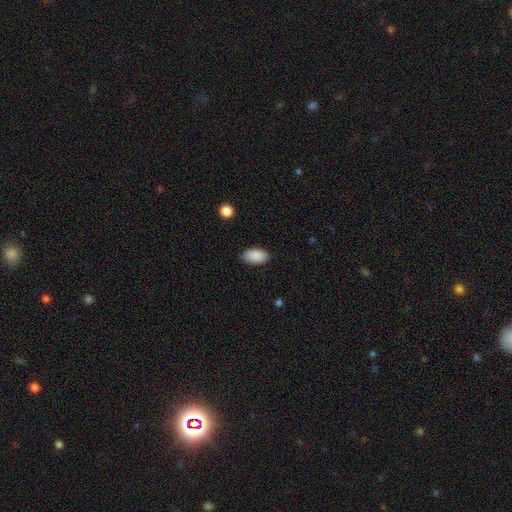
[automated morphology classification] Smooth or featured?
  - smooth: 90% *
  - star or artifact: 7%
  - featured or disk: 3%
How rounded?
  - in between: 95% *
  - round: 3%
  - cigar-shaped: 2%
Merging?
  - none: 87% *
  - minor disturbance: 10%
  - major disturbance: 2%
  - merger: 1%